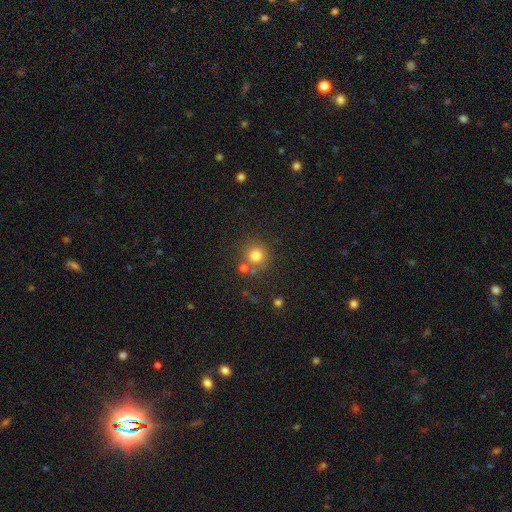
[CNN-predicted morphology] Smooth or featured?
  - smooth: 78% *
  - star or artifact: 14%
  - featured or disk: 8%
How rounded?
  - round: 93% *
  - in between: 6%
  - cigar-shaped: 1%
Merging?
  - none: 73% *
  - merger: 14%
  - minor disturbance: 9%
  - major disturbance: 4%